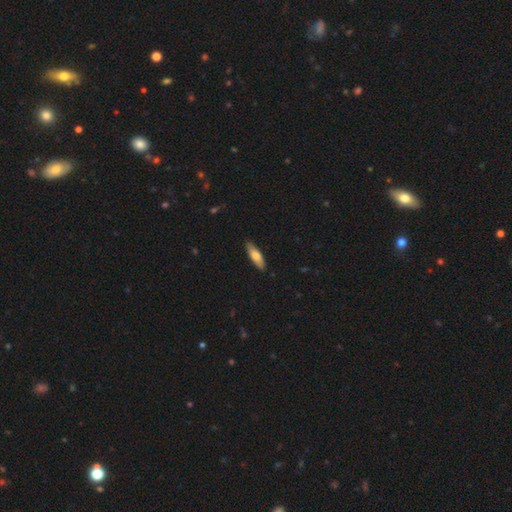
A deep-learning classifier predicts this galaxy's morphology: This is likely a smooth galaxy (71%). How rounded: possibly cigar-shaped (51%). Merging: clearly none (87%).